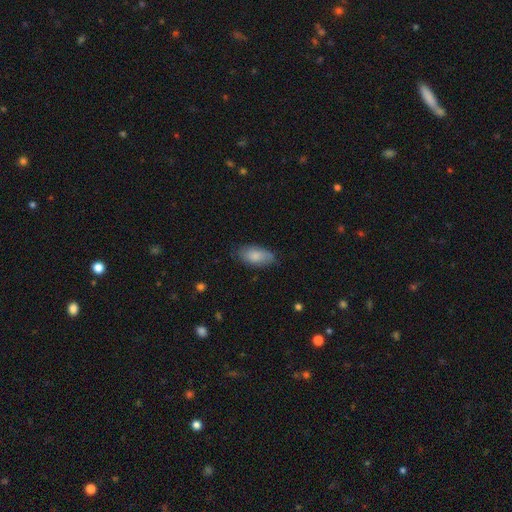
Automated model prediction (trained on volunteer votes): smooth 83%, featured or disk 11%, star or artifact 6%. Down the decision tree: how rounded — in between (92%); merging — none (73%).